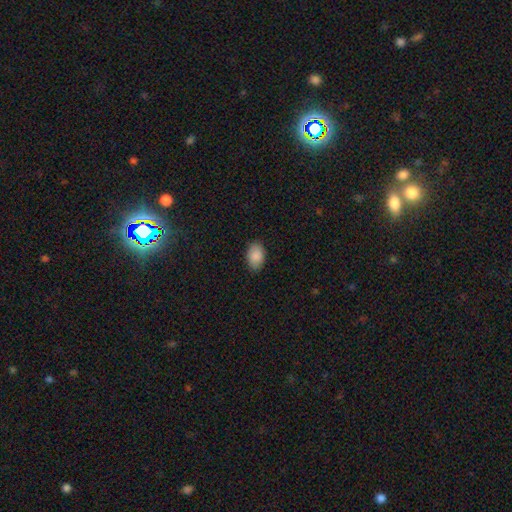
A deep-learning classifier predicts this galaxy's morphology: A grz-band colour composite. It shows a smooth galaxy with no disk features (89%) that is in between round and cigar-shaped (90%). Merging: none (87%).